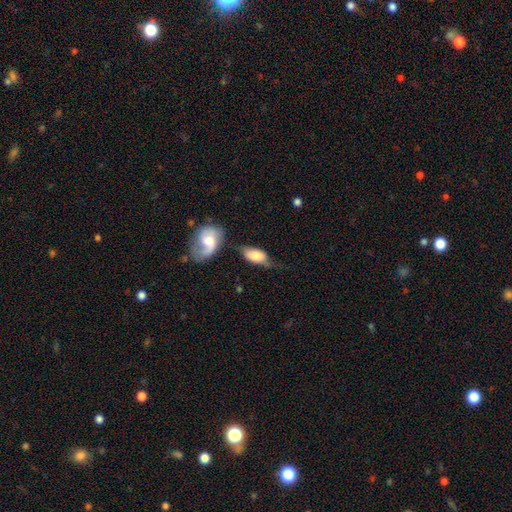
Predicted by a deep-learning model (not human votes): smooth_or_featured: smooth (p=0.69) [alt: featured or disk p=0.24]
how_rounded: in between (p=0.90) [alt: cigar-shaped p=0.06]
merging: none (p=0.33) [alt: minor disturbance p=0.28]